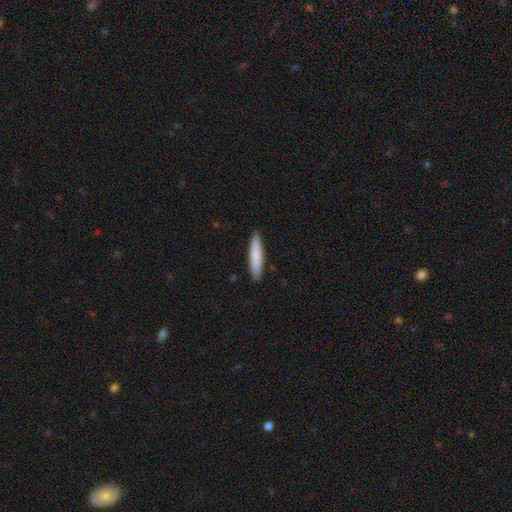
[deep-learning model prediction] Overall: smooth (82%). How rounded: cigar-shaped (90%). Merging: none (91%).